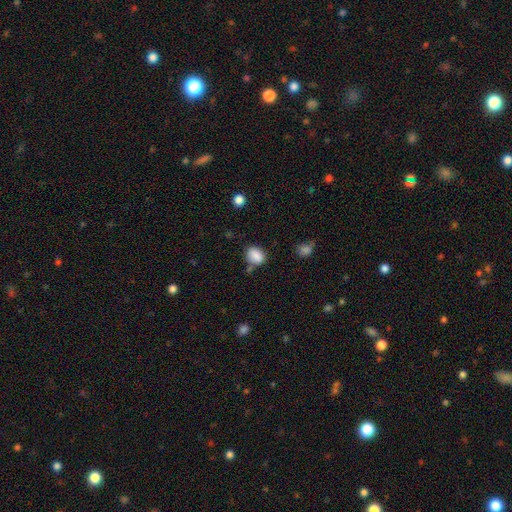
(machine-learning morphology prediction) type=smooth (86%); roundness=in between (64%); merging=none (65%).